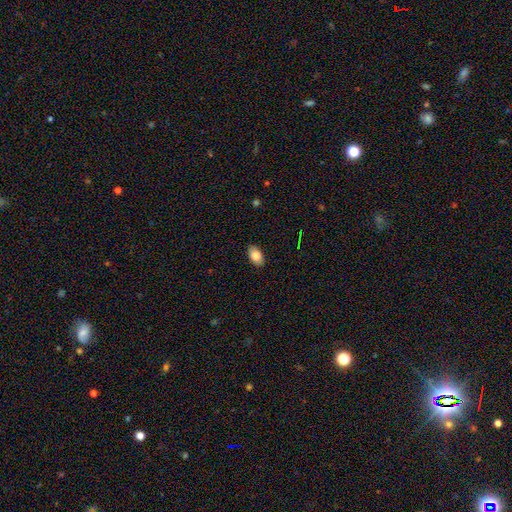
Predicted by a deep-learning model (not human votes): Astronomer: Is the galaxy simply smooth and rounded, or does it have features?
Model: smooth — 83%.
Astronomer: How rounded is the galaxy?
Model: in between — 92%.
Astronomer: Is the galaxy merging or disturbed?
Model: none — 88%.